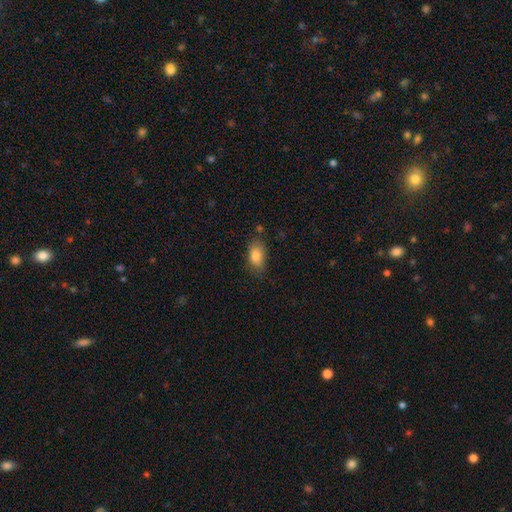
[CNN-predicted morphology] Overall: smooth (84%). How rounded: in between (89%). Merging: none (71%).